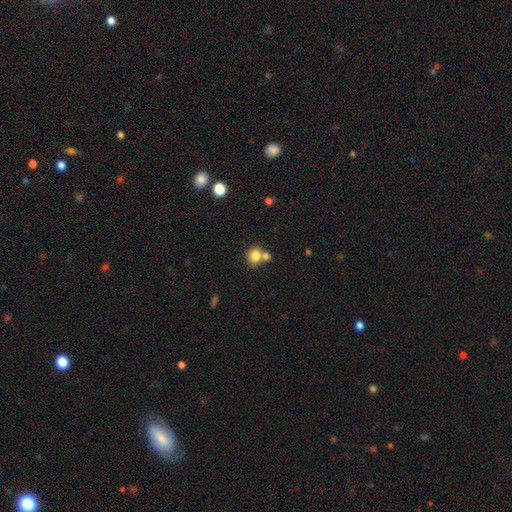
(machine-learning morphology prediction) type=smooth (81%); roundness=round (76%); merging=none (49%).